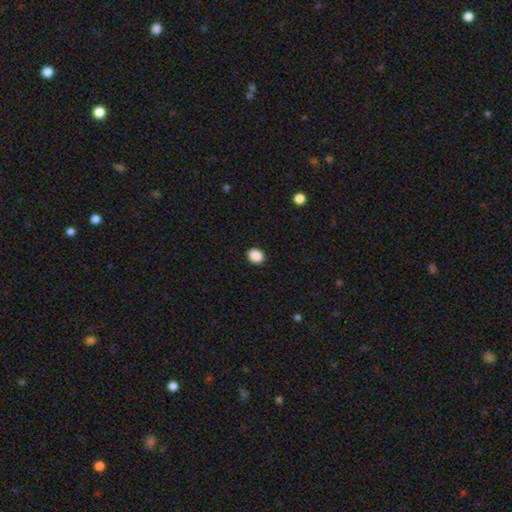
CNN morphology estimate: This is clearly a smooth galaxy (89%). How rounded: possibly round (52%). Merging: clearly none (91%).